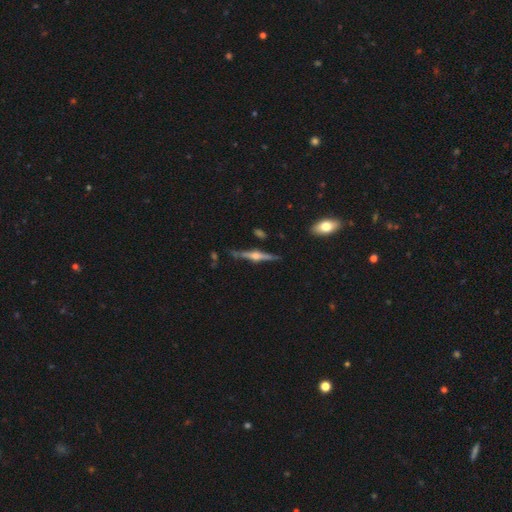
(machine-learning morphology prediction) A featured or disk galaxy (80%) viewed edge-on (98%) with a rounded central bulge (90%). Merging: none (85%).